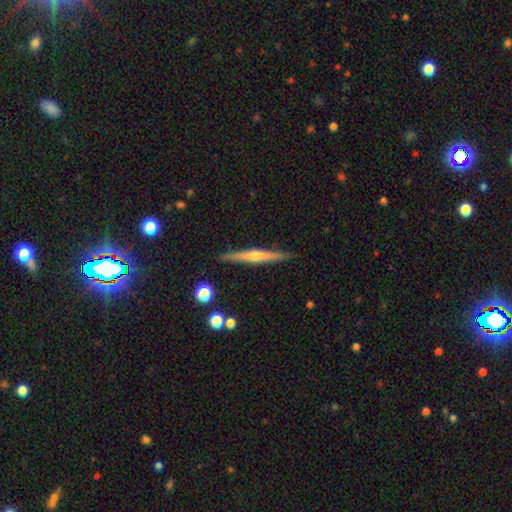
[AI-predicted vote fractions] Smooth or featured? featured or disk (62%)
Edge-on disk? yes (97%)
Edge-on bulge? rounded (69%)
Merging? none (89%)